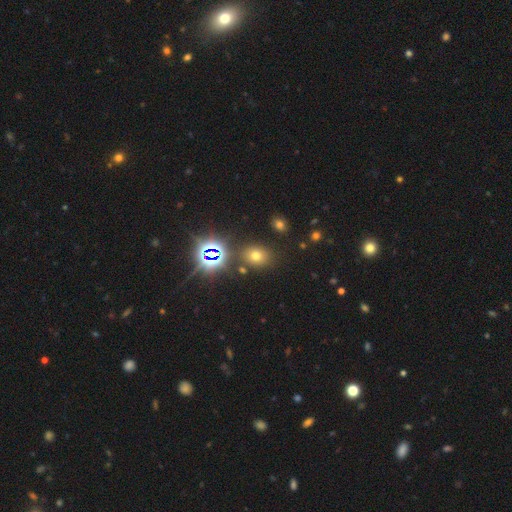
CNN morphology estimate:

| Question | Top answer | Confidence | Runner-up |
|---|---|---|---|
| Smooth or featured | smooth | 60% | star or artifact (29%) |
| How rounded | in between | 53% | round (45%) |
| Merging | none | 81% | minor disturbance (10%) |